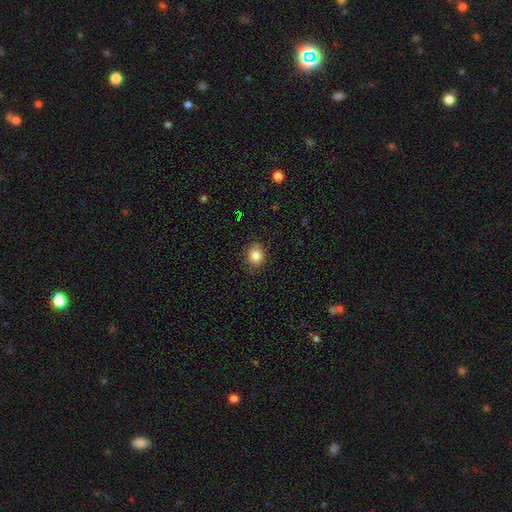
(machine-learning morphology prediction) This appears to be a smooth galaxy with no disk features (85%) that is round (70%). Merging: none (87%).